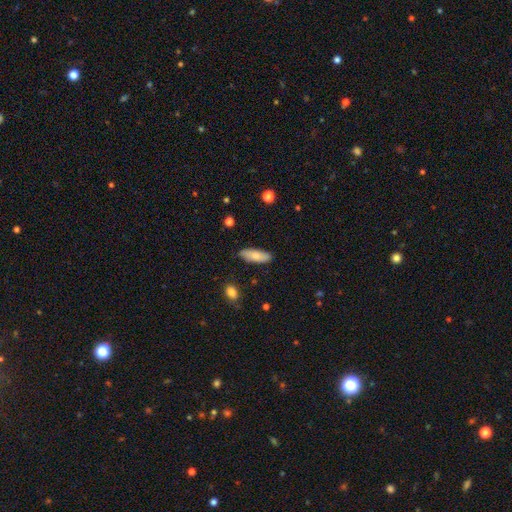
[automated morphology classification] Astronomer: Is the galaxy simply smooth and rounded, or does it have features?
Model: smooth — 81%.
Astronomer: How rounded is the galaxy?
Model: in between — 64%.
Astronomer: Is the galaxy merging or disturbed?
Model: none — 83%.